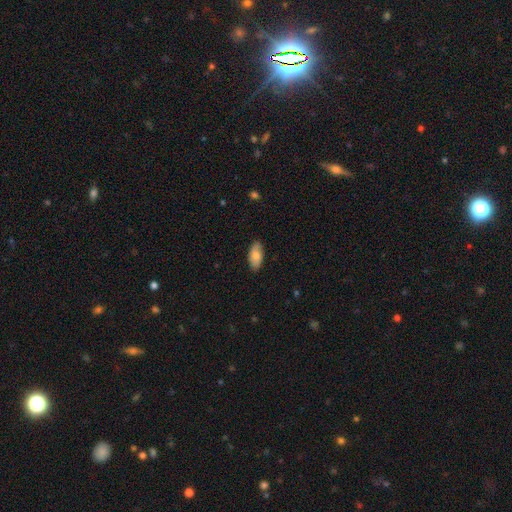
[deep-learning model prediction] Morphology: type=smooth (77%); roundness=in between (91%); merging=none (84%).